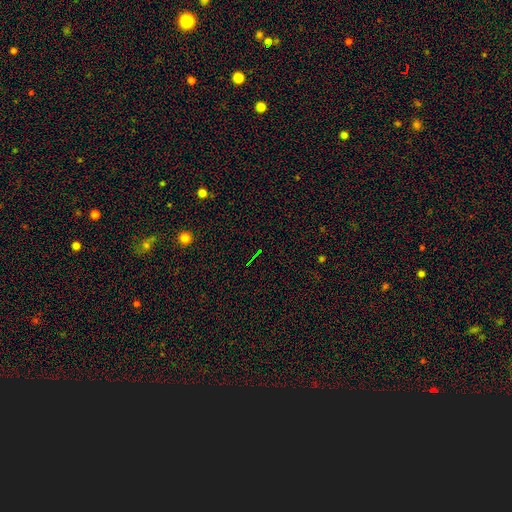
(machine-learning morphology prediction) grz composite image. It shows a star or artifact, not a galaxy (74%).